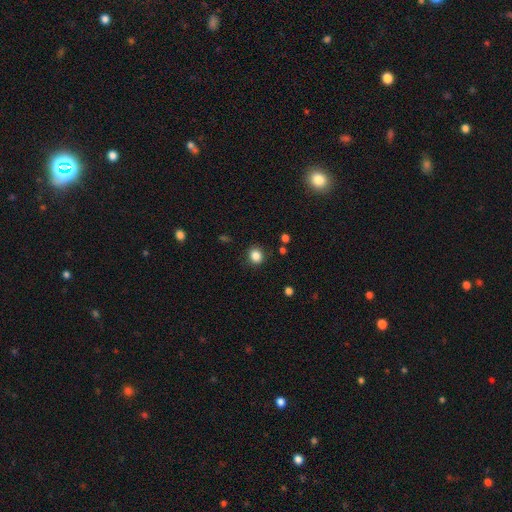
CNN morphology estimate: smooth 85%, star or artifact 11%, featured or disk 4%. Down the decision tree: how rounded — round (73%); merging — none (87%).